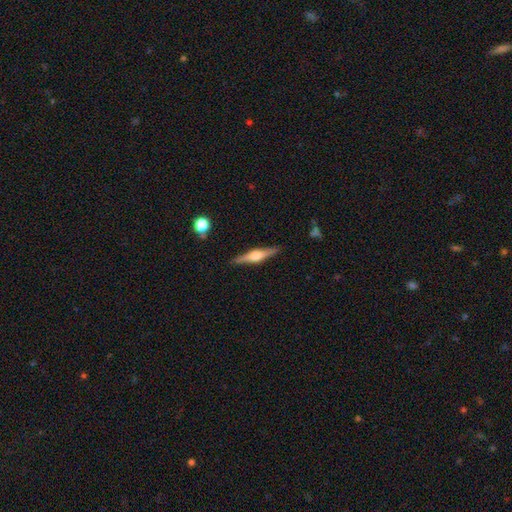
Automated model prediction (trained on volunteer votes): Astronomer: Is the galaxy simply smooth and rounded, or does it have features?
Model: featured or disk — 73%.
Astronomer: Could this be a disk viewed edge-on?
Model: yes — 98%.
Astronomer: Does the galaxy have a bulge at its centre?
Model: rounded — 87%.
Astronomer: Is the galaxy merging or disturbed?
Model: none — 89%.